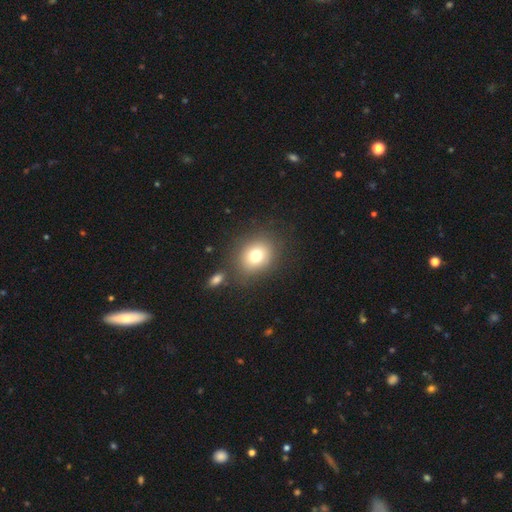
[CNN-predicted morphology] type=smooth (76%); roundness=round (66%); merging=none (78%).